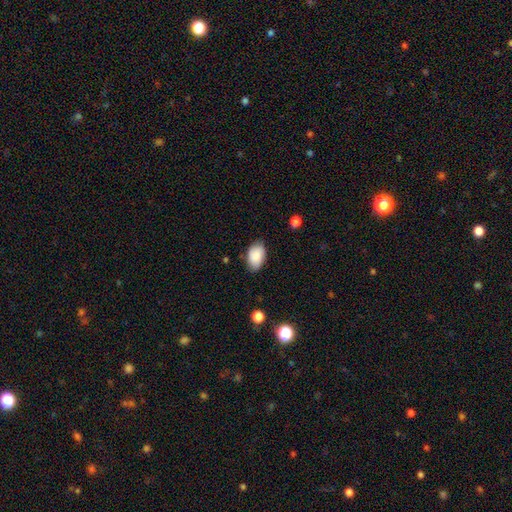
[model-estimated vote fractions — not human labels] Overall: smooth (87%). How rounded: in between (92%). Merging: none (76%).